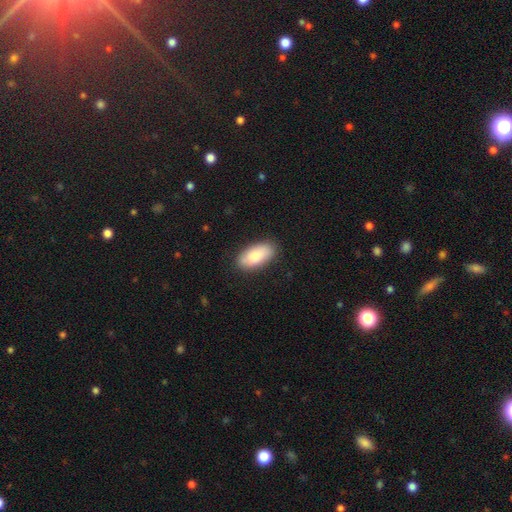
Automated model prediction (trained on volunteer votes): Smooth or featured?
  - smooth: 84% *
  - featured or disk: 10%
  - star or artifact: 6%
How rounded?
  - in between: 93% *
  - cigar-shaped: 5%
  - round: 2%
Merging?
  - none: 86% *
  - minor disturbance: 11%
  - major disturbance: 2%
  - merger: 1%